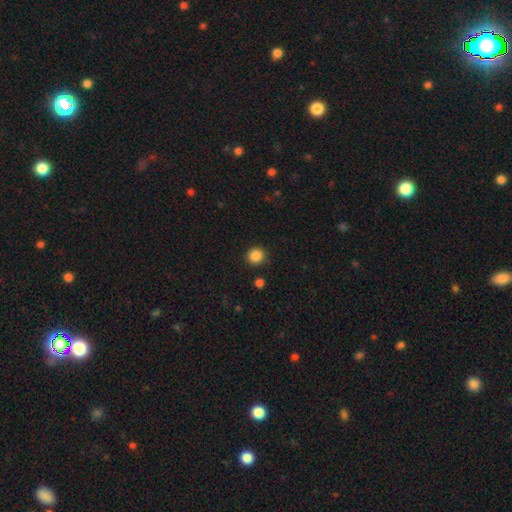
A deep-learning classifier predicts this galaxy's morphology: smooth-or-featured: smooth: 86% | star or artifact: 11% | featured or disk: 3%
  how-rounded: round: 93% | in between: 6% | cigar-shaped: 1%
  merging: none: 90% | minor disturbance: 6% | major disturbance: 2% | merger: 2%